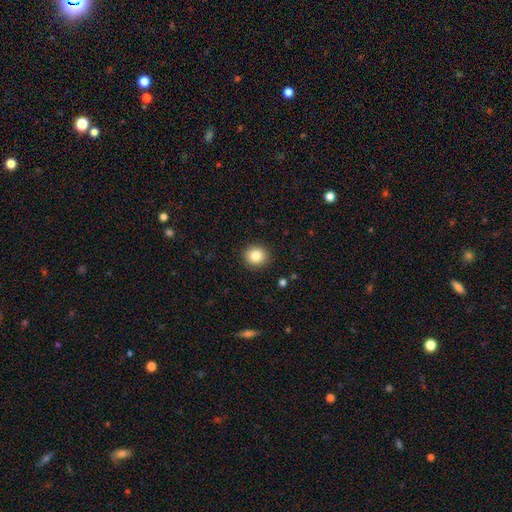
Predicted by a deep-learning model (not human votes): A smooth galaxy with no disk features (83%) that is round (86%). Merging: none (91%).